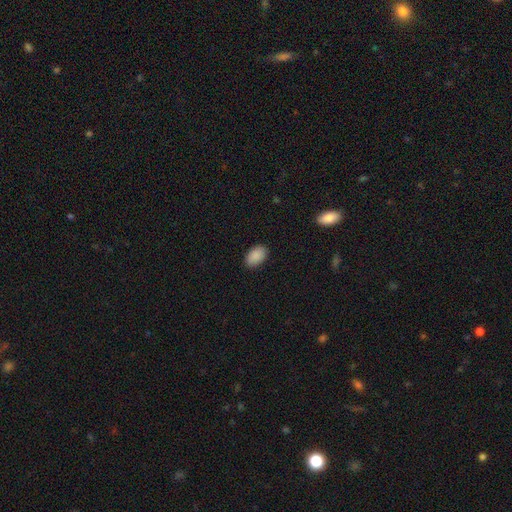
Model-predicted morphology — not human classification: smooth-or-featured: smooth: 89% | star or artifact: 7% | featured or disk: 3%
  how-rounded: in between: 89% | round: 9% | cigar-shaped: 1%
  merging: none: 86% | minor disturbance: 11% | major disturbance: 2% | merger: 1%